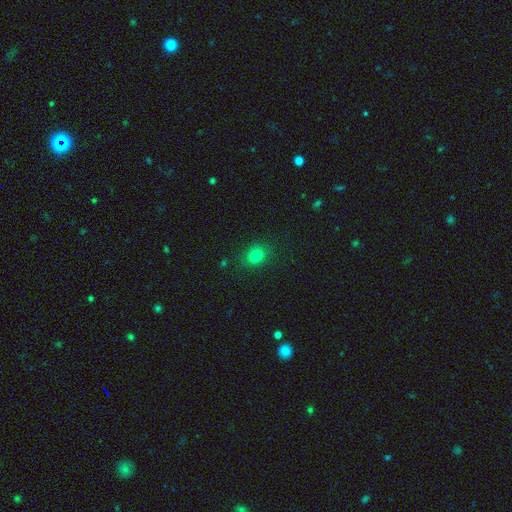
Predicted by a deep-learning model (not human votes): Morphology: type=smooth (79%); roundness=round (53%); merging=none (83%).